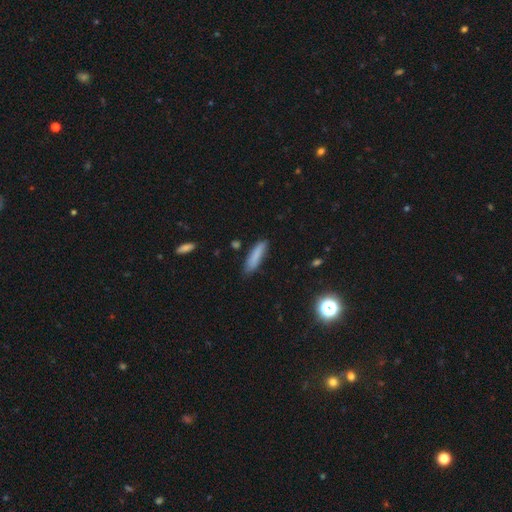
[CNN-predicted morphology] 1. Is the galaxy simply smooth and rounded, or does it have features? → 82% smooth, 10% featured or disk, 8% star or artifact.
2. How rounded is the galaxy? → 75% cigar-shaped, 23% in between, 2% round.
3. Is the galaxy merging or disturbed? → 80% none, 16% minor disturbance, 3% major disturbance, 2% merger.